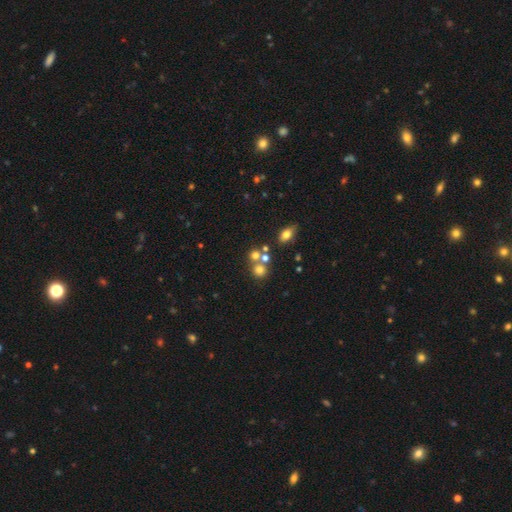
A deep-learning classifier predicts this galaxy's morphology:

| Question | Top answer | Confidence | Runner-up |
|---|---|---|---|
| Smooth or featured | smooth | 69% | star or artifact (18%) |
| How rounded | round | 81% | in between (18%) |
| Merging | none | 51% | merger (36%) |